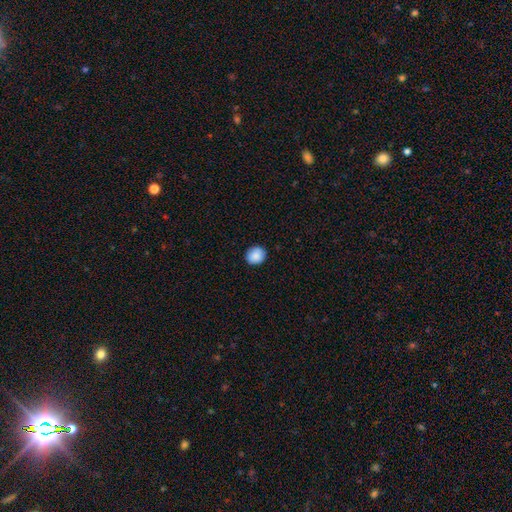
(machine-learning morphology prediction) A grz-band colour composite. It shows a smooth galaxy with no disk features (88%) that is round (82%). Merging: none (89%).